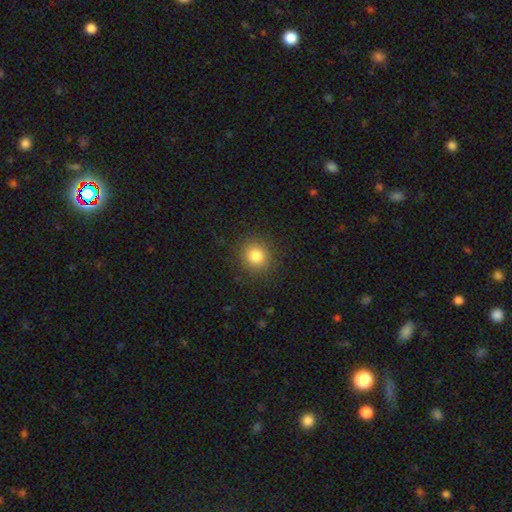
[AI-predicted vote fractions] Smooth or featured?
  - smooth: 82% *
  - star or artifact: 12%
  - featured or disk: 6%
How rounded?
  - round: 87% *
  - in between: 12%
  - cigar-shaped: 1%
Merging?
  - none: 89% *
  - minor disturbance: 7%
  - major disturbance: 3%
  - merger: 1%